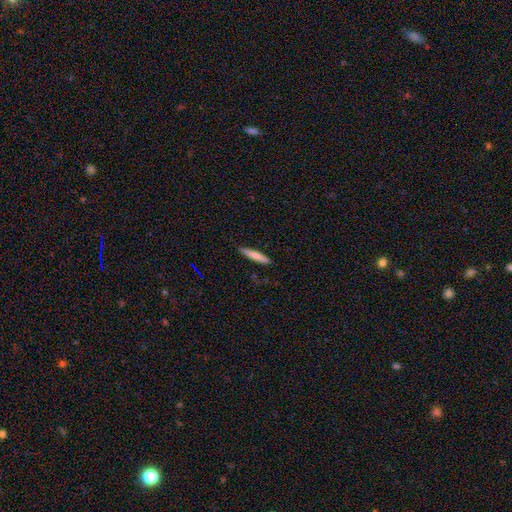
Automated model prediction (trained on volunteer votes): smooth_or_featured: smooth (p=0.75) [alt: featured or disk p=0.19]
how_rounded: cigar-shaped (p=0.92) [alt: in between p=0.07]
merging: none (p=0.87) [alt: minor disturbance p=0.10]